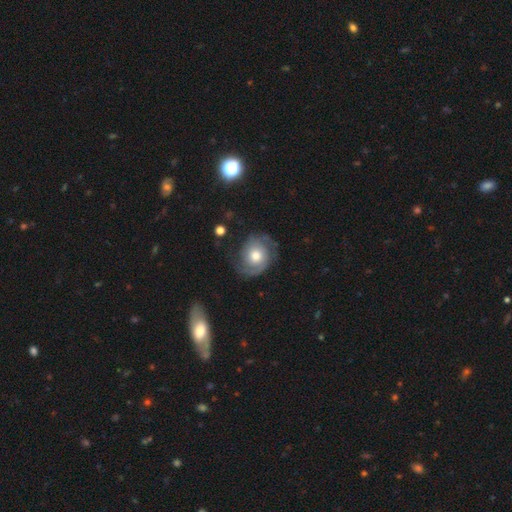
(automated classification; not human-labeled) Smooth or featured? Predicted: featured or disk (p=0.71). Edge-on disk? Predicted: no (p=0.98). Bar? Predicted: no (p=0.78). Spiral arms? Predicted: yes (p=0.91). Spiral winding? Predicted: tight (p=0.44). Spiral arm count? Predicted: 2 (p=0.76). Bulge size? Predicted: moderate (p=0.62). Merging? Predicted: none (p=0.66).